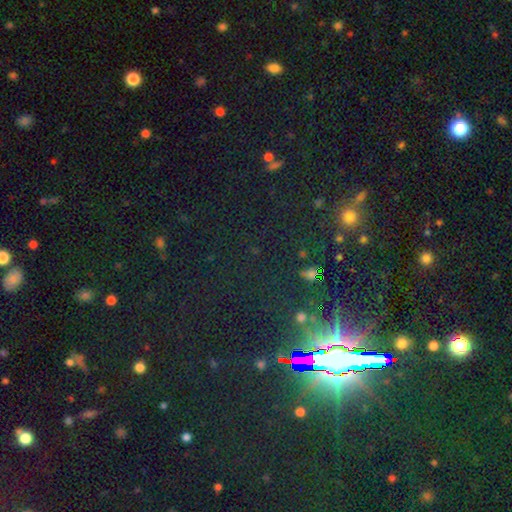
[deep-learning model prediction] Overall: star or artifact (79%).